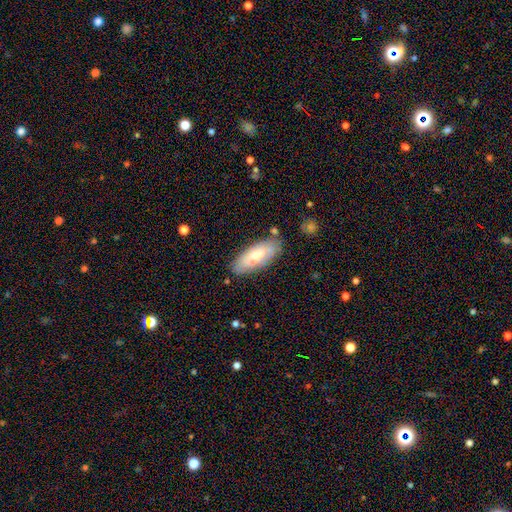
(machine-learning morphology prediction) smooth 65%, featured or disk 29%, star or artifact 6%. Down the decision tree: how rounded — in between (77%); merging — none (77%).